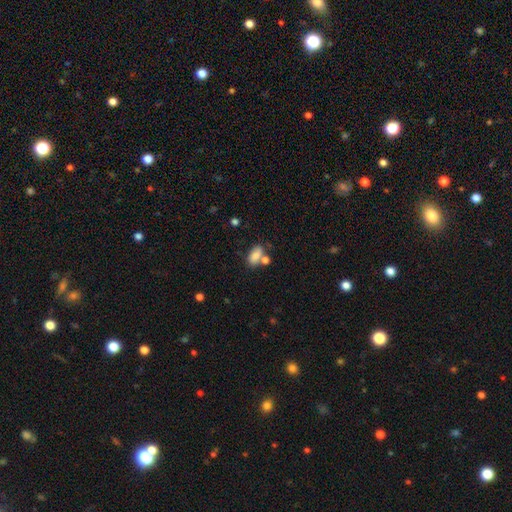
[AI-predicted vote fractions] Smooth or featured? smooth (81%)
How rounded? in between (87%)
Merging? none (52%)